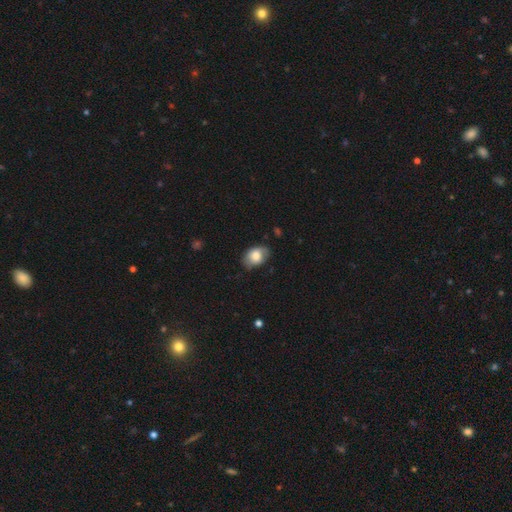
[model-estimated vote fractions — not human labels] A smooth galaxy with no disk features (75%) that is in between round and cigar-shaped (80%).

Vote fractions:
- Smooth or featured? smooth: 75% / featured or disk: 18% / star or artifact: 7%
- How rounded? in between: 80% / round: 18% / cigar-shaped: 1%
- Merging? none: 70% / minor disturbance: 24% / major disturbance: 5% / merger: 1%